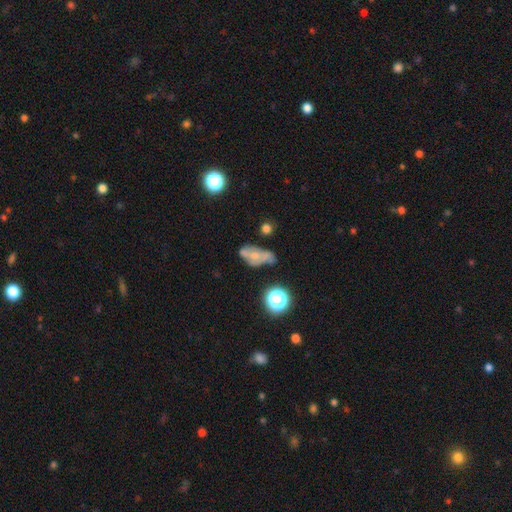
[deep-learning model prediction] smooth 44%, featured or disk 40%, star or artifact 16%. Down the decision tree: merging — none (34%).